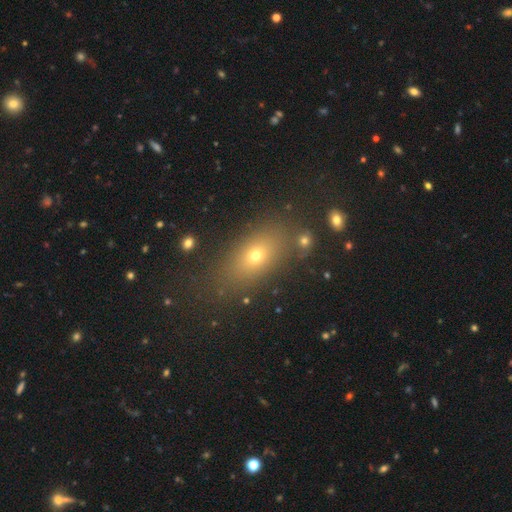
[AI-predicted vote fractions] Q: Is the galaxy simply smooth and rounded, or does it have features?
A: smooth — 61%.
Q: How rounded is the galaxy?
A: in between — 69%.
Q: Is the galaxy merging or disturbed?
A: none — 79%.